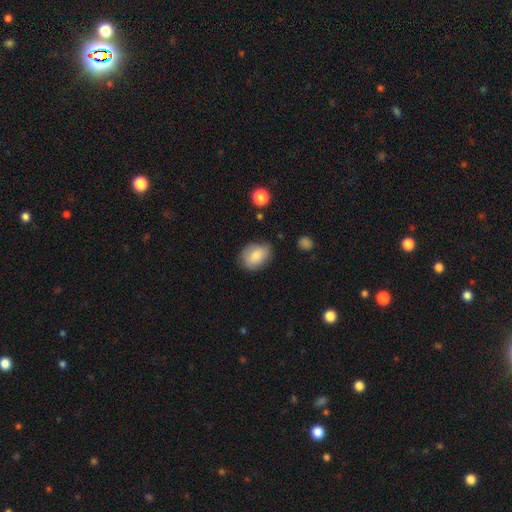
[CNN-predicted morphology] smooth-or-featured: smooth: 82% | featured or disk: 11% | star or artifact: 7%
  how-rounded: in between: 76% | round: 23% | cigar-shaped: 1%
  merging: none: 74% | minor disturbance: 20% | major disturbance: 4% | merger: 2%